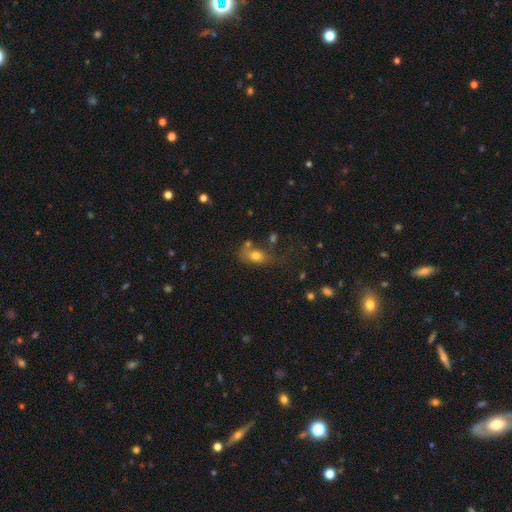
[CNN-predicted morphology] A smooth galaxy with no disk features (74%) that is in between round and cigar-shaped (78%).

Vote fractions:
- Smooth or featured? smooth: 74% / featured or disk: 16% / star or artifact: 10%
- How rounded? in between: 78% / round: 17% / cigar-shaped: 5%
- Merging? none: 41% / minor disturbance: 26% / major disturbance: 18% / merger: 15%